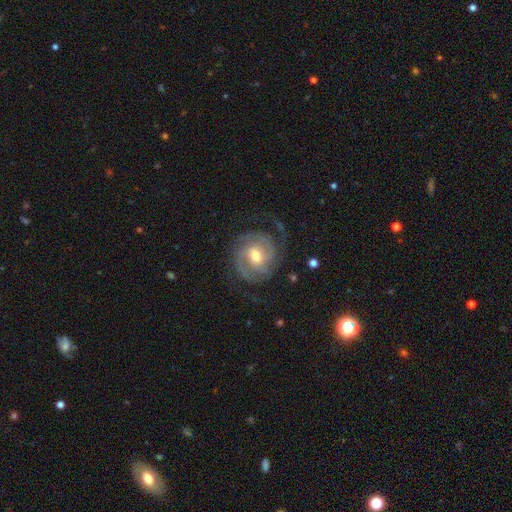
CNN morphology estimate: type=featured or disk (84%); edge-on=no (98%); bar=weak (47%); spiral arms=yes (95%); winding=tight (53%); arm count=2 (47%); bulge=moderate (67%); merging=none (69%).